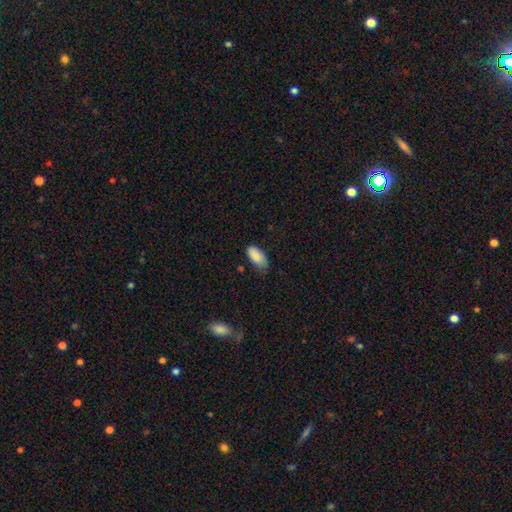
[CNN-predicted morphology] This is clearly a smooth galaxy (87%). How rounded: clearly in between (93%). Merging: likely none (62%).